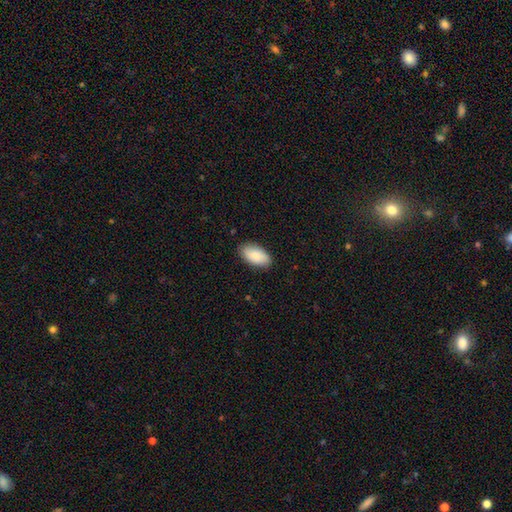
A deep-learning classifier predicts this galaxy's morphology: Smooth or featured? smooth (87%)
How rounded? in between (95%)
Merging? none (86%)